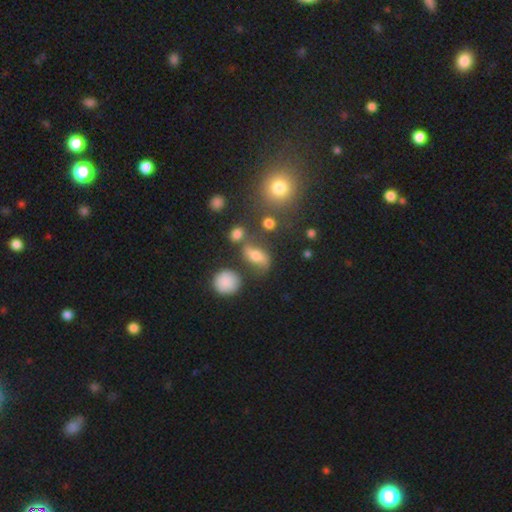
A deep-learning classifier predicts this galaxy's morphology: A smooth galaxy with no disk features (47%). Merging: none (59%).